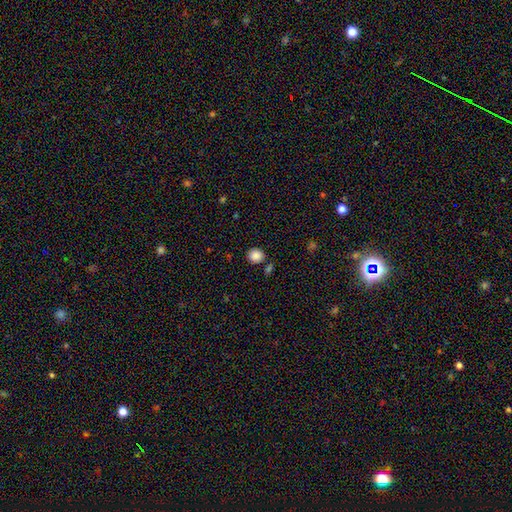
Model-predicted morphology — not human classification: Smooth or featured? Predicted: smooth (p=0.88). How rounded? Predicted: round (p=0.82). Merging? Predicted: none (p=0.84).